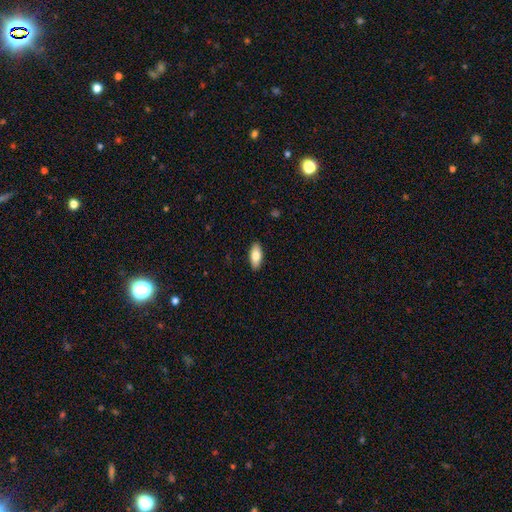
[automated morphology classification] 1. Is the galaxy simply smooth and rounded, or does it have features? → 79% smooth, 15% featured or disk, 6% star or artifact.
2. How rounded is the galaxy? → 84% in between, 14% cigar-shaped, 2% round.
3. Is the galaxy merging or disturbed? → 89% none, 8% minor disturbance, 2% major disturbance, 1% merger.